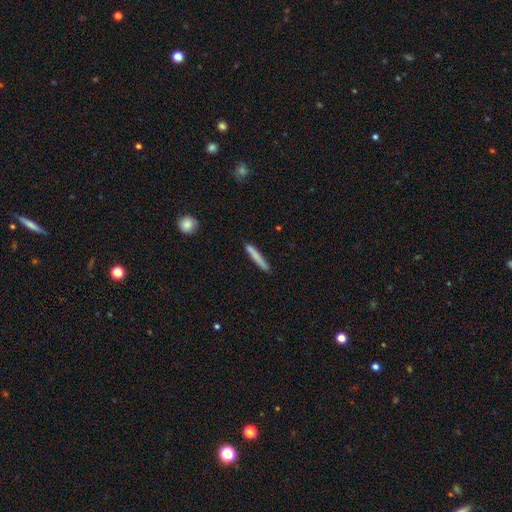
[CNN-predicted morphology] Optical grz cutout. It shows a smooth galaxy with no disk features (76%) that is cigar-shaped (95%). Merging: none (86%).